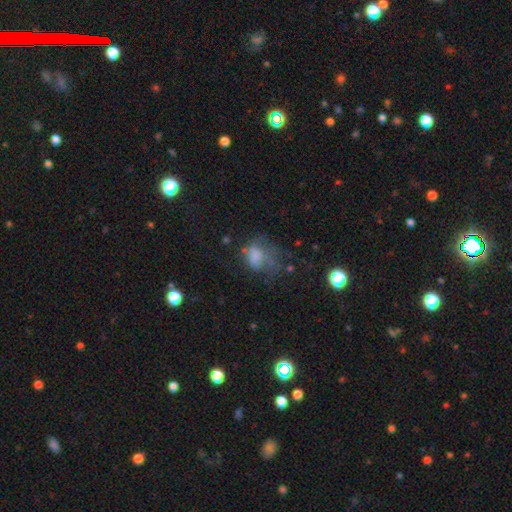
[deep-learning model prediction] This is possibly a smooth galaxy (51%). How rounded: likely in between (61%). Merging: marginally major disturbance (41%).